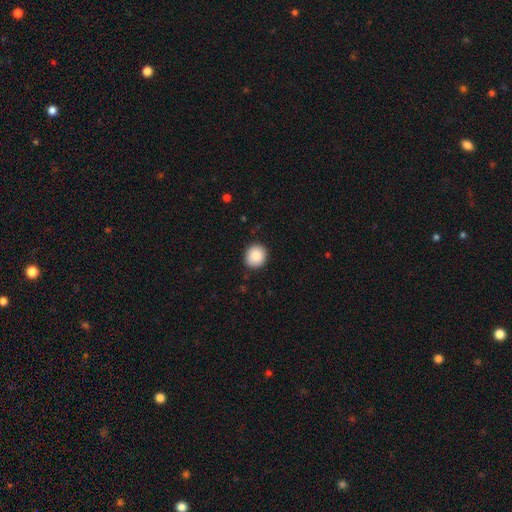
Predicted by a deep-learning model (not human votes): Smooth or featured? Predicted: smooth (p=0.88). How rounded? Predicted: round (p=0.82). Merging? Predicted: none (p=0.89).